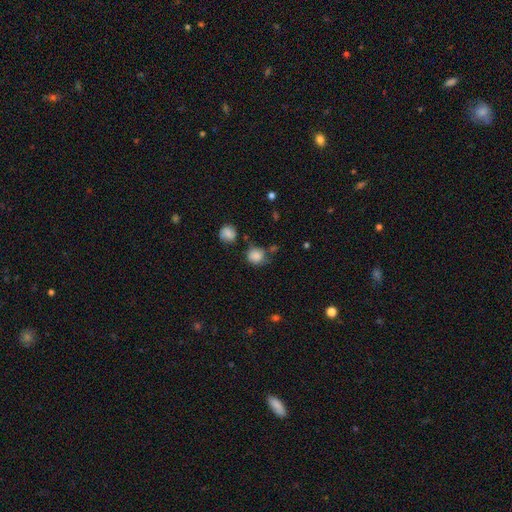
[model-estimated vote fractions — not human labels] This is clearly a smooth galaxy (83%). How rounded: clearly round (80%). Merging: possibly none (60%).